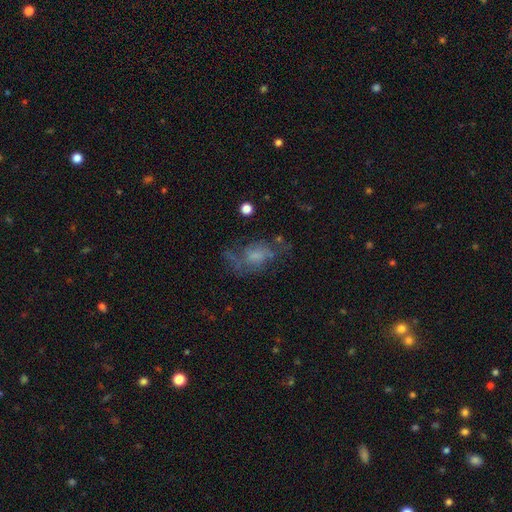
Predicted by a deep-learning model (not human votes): A featured or disk galaxy (55%) with no bar (70%), spiral arms (70%) and no central bulge (33%). Merging: none (48%).